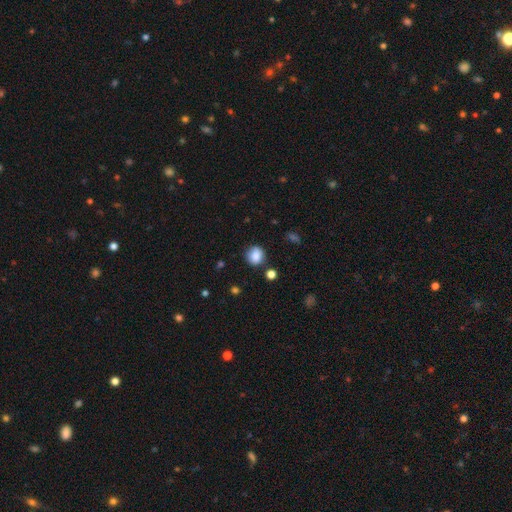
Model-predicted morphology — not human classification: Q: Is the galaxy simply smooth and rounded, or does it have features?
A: smooth — 84%.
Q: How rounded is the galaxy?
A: round — 76%.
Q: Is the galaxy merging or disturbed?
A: none — 76%.